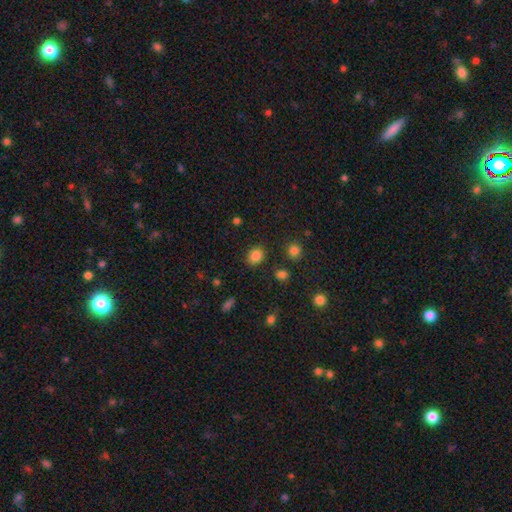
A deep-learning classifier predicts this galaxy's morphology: Overall: smooth (84%). How rounded: round (67%; in between 32%). Merging: none (84%).